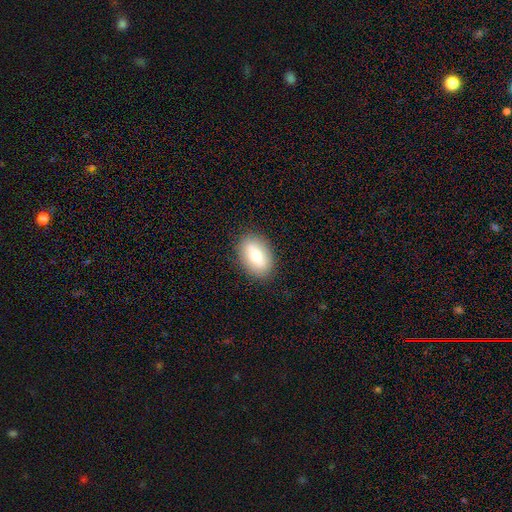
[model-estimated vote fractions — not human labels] Overall: smooth (71%). How rounded: in between (87%). Merging: none (87%).